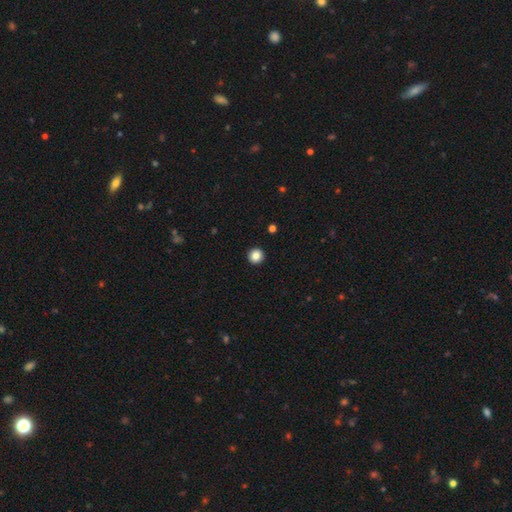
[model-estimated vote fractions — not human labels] Morphology: type=smooth (85%); roundness=round (96%); merging=none (94%).